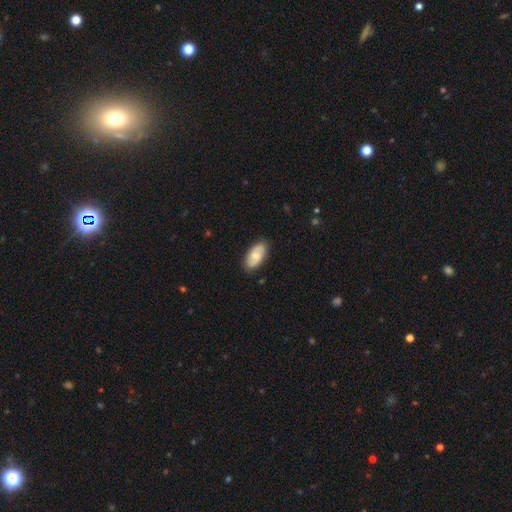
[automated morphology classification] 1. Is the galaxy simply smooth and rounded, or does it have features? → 54% smooth, 40% featured or disk, 6% star or artifact.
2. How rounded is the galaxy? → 92% in between, 4% cigar-shaped, 3% round.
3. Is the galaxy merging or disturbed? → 86% none, 11% minor disturbance, 2% major disturbance, 1% merger.